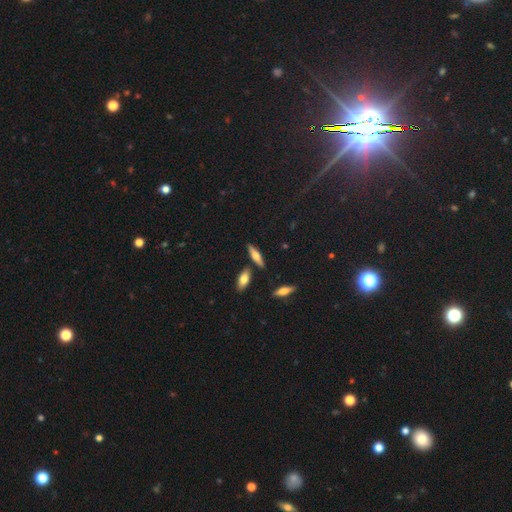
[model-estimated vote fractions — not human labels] Smooth or featured? smooth (49%)
Merging? none (78%)